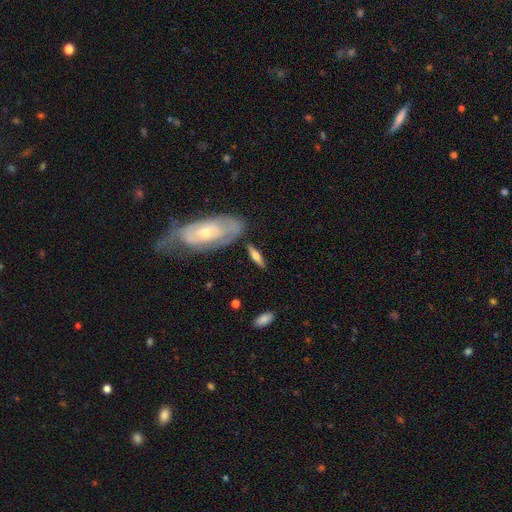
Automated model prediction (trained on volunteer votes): smooth-or-featured: smooth: 49% | featured or disk: 45% | star or artifact: 6%
  merging: none: 73% | minor disturbance: 15% | merger: 7% | major disturbance: 5%